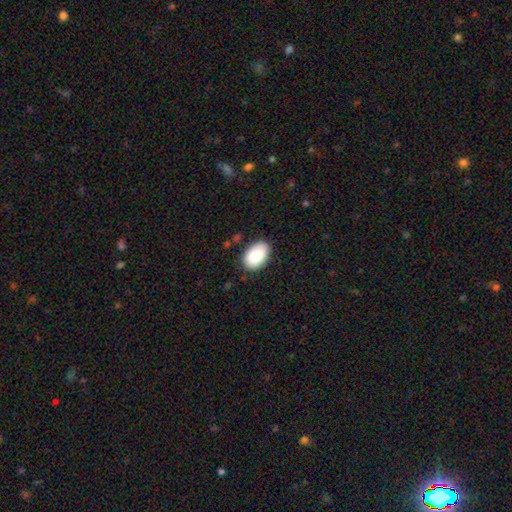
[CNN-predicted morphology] This is clearly a smooth galaxy (89%). How rounded: clearly in between (90%). Merging: clearly none (84%).